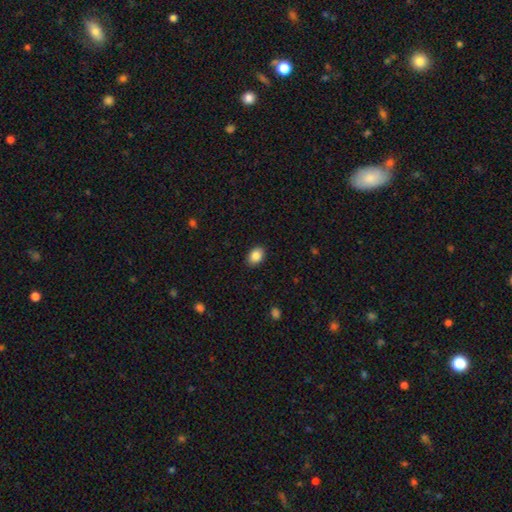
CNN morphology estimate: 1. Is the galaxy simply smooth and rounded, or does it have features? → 88% smooth, 8% star or artifact, 4% featured or disk.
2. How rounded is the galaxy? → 78% in between, 21% round, 1% cigar-shaped.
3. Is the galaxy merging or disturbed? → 89% none, 8% minor disturbance, 2% major disturbance, 1% merger.